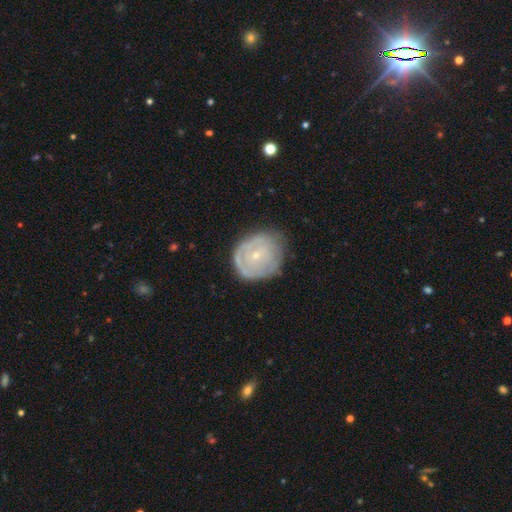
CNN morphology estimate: Overall: featured or disk (63%; smooth 30%). Edge-on disk: no (97%). Bar: no (75%). Spiral arms: yes (70%). Bulge size: small (78%). Merging: none (66%).